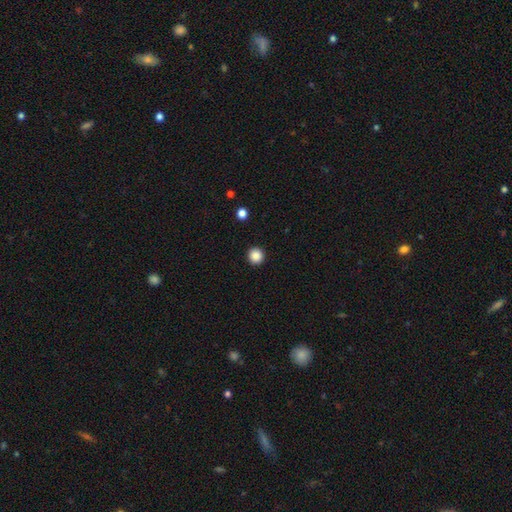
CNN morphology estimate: type=smooth (87%); roundness=round (95%); merging=none (93%).